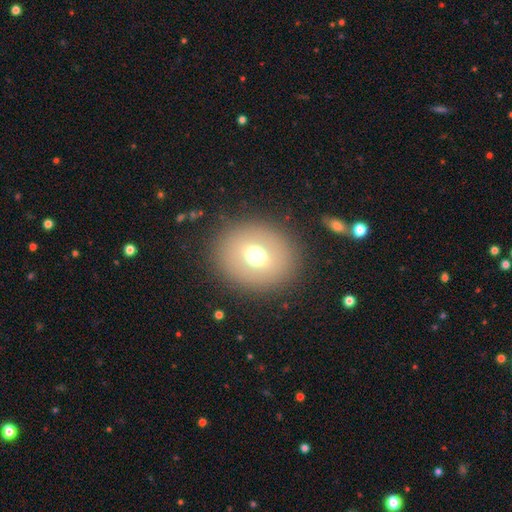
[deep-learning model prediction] Overall: smooth (63%). How rounded: round (73%). Merging: none (87%).